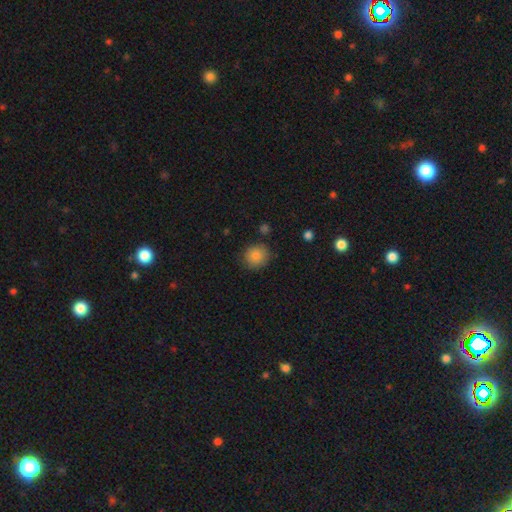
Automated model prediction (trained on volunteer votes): Smooth or featured: smooth — 85% (star or artifact — 9%)
How rounded: round — 86% (in between — 13%)
Merging: none — 84% (minor disturbance — 11%)